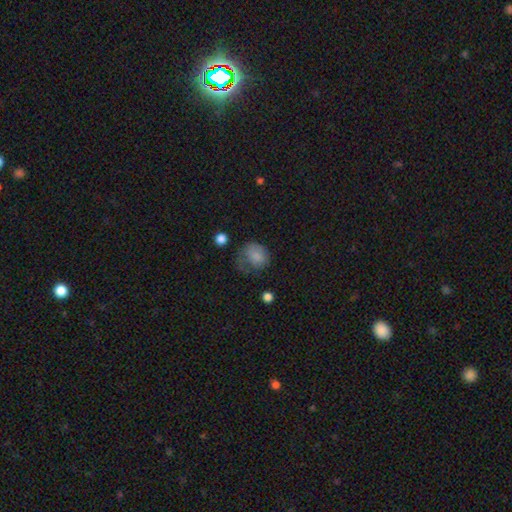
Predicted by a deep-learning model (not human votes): This is likely a smooth galaxy (76%). How rounded: possibly round (58%). Merging: marginally none (36%).